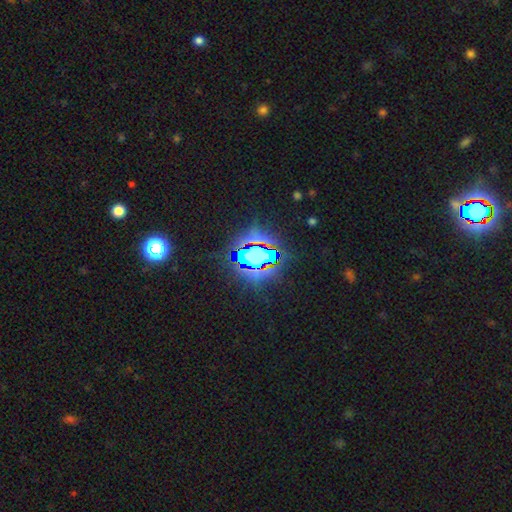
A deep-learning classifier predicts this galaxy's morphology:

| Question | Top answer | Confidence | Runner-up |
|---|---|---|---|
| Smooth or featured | star or artifact | 68% | smooth (19%) |